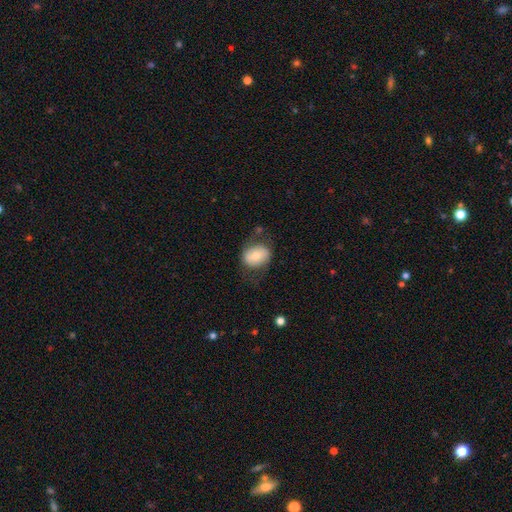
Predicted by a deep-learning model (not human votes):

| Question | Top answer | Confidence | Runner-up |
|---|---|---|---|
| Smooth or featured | smooth | 65% | featured or disk (27%) |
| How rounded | in between | 54% | round (45%) |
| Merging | none | 63% | minor disturbance (22%) |